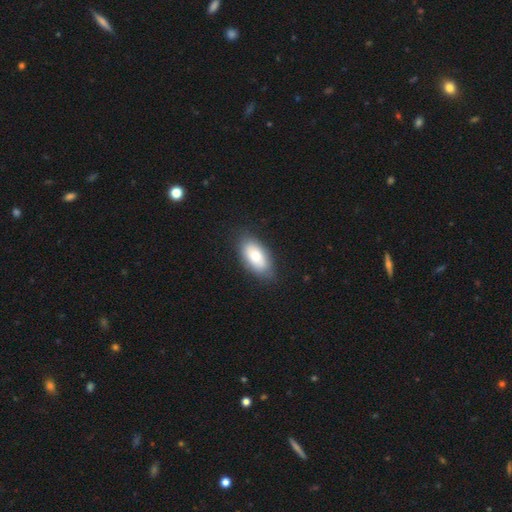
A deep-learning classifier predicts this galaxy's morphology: smooth_or_featured: smooth (p=0.75) [alt: featured or disk p=0.19]
how_rounded: in between (p=0.92) [alt: cigar-shaped p=0.05]
merging: none (p=0.83) [alt: minor disturbance p=0.13]